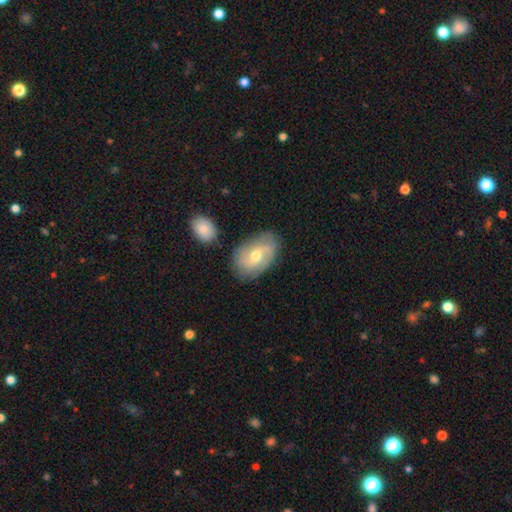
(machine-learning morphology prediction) Smooth or featured? featured or disk (64%)
Edge-on disk? no (95%)
Bar? no (49%)
Spiral arms? yes (85%)
Spiral winding? medium (42%)
Spiral arm count? 2 (57%)
Bulge size? moderate (69%)
Merging? none (76%)